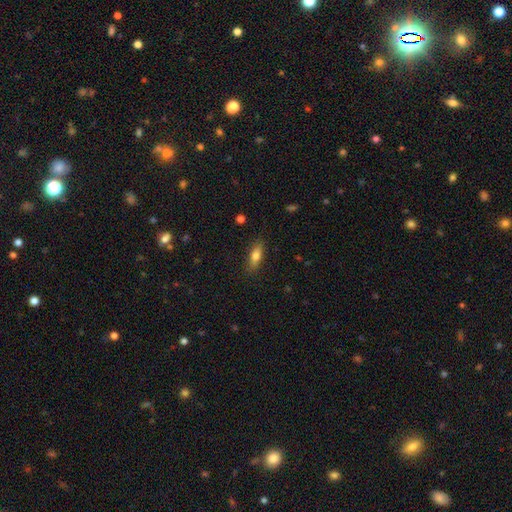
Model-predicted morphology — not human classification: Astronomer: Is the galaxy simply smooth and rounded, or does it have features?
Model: smooth — 73%.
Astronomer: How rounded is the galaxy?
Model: in between — 59% (runner-up: cigar-shaped, 38%).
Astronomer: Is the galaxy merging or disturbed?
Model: none — 85%.